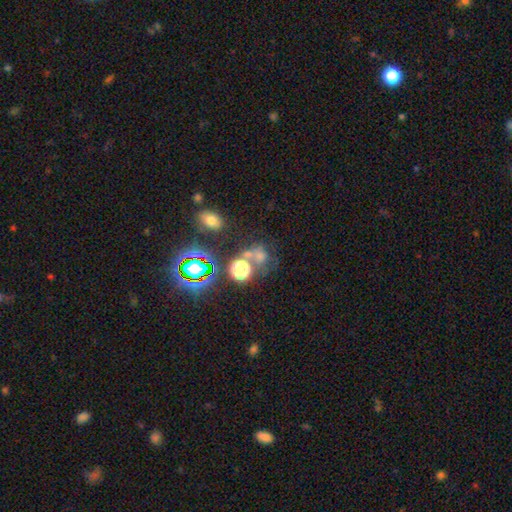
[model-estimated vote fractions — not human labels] This appears to be a smooth galaxy with no disk features (50%). Merging: none (46%).